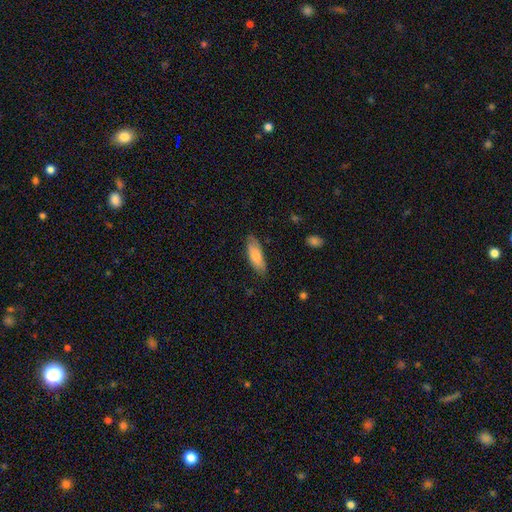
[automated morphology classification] This appears to be a smooth galaxy with no disk features (73%) that is in between round and cigar-shaped (60%). Merging: none (81%).